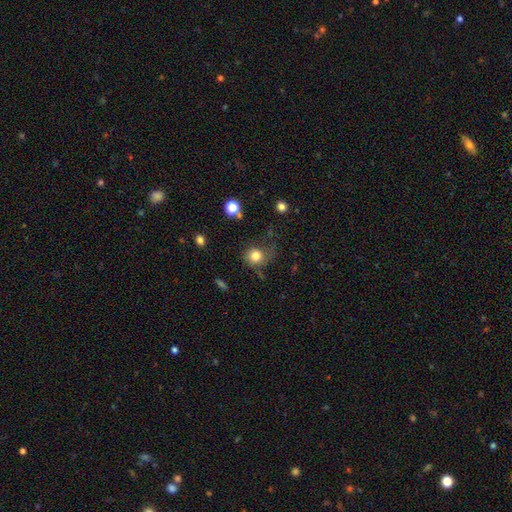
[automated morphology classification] This is likely a smooth galaxy (80%). How rounded: clearly round (80%). Merging: possibly none (60%).